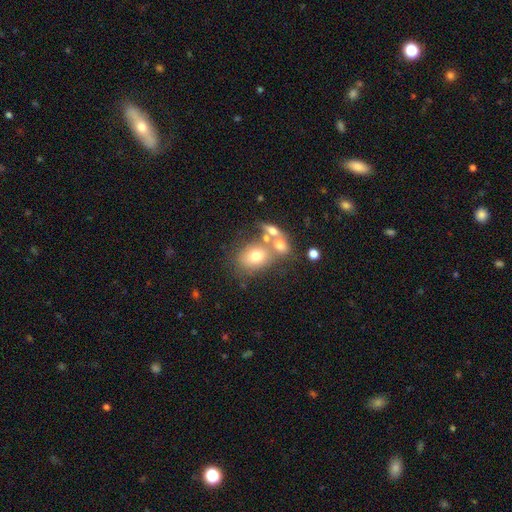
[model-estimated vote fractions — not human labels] smooth-or-featured: smooth: 69% | featured or disk: 20% | star or artifact: 11%
  how-rounded: in between: 58% | round: 40% | cigar-shaped: 2%
  merging: none: 45% | merger: 34% | minor disturbance: 13% | major disturbance: 8%